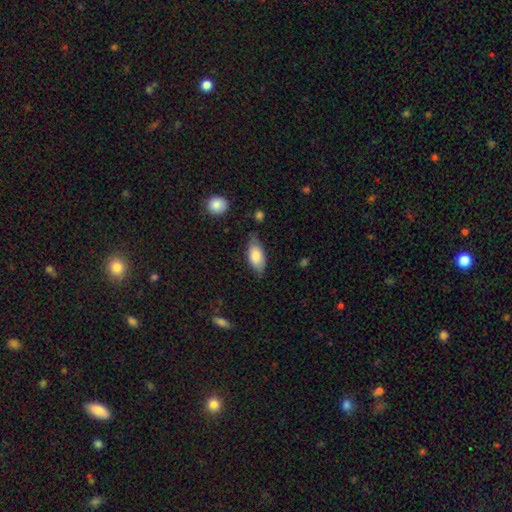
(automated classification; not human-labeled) A smooth galaxy with no disk features (79%) that is in between round and cigar-shaped (89%).

Vote fractions:
- Smooth or featured? smooth: 79% / featured or disk: 15% / star or artifact: 6%
- How rounded? in between: 89% / cigar-shaped: 9% / round: 2%
- Merging? none: 68% / minor disturbance: 25% / major disturbance: 5% / merger: 2%